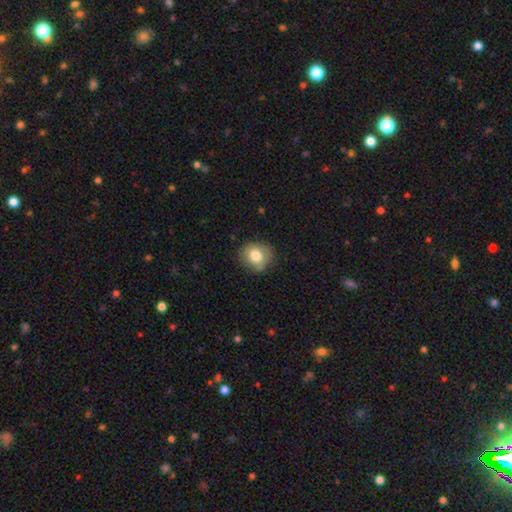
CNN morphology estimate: Smooth or featured: smooth — 78% (featured or disk — 13%)
How rounded: round — 74% (in between — 25%)
Merging: none — 73% (minor disturbance — 21%)